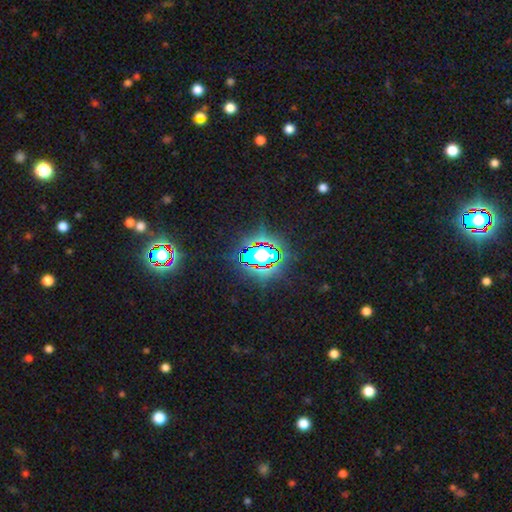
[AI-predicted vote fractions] This appears to be a star or artifact, not a galaxy (81%).